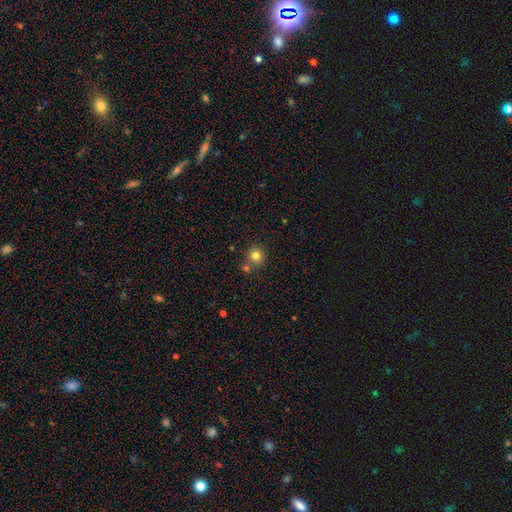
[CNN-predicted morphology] The model was most divided on "merging": none: 70%, merger: 19%, minor disturbance: 9%, major disturbance: 3%. More confident: how rounded — round (90%); smooth or featured — smooth (80%).